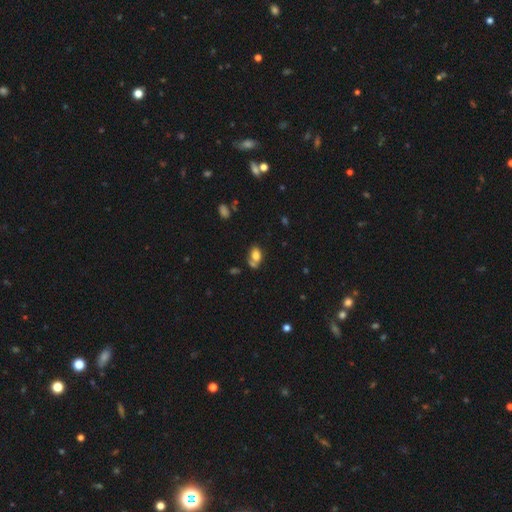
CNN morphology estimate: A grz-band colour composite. It shows a smooth galaxy with no disk features (79%) that is in between round and cigar-shaped (83%). Merging: none (46%).